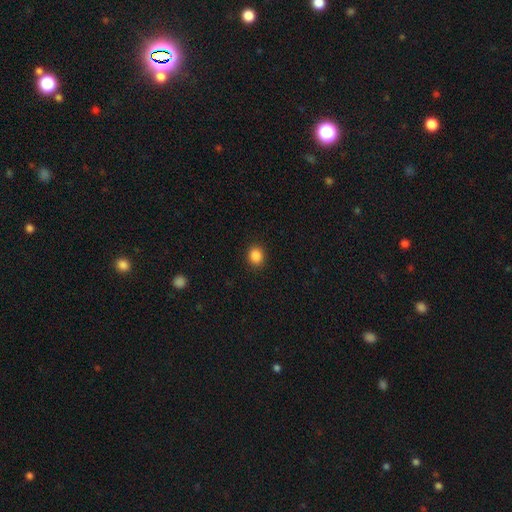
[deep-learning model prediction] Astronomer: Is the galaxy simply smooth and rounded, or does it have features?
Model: smooth — 87%.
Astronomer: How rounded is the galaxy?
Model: round — 72%.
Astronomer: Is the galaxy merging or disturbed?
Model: none — 91%.